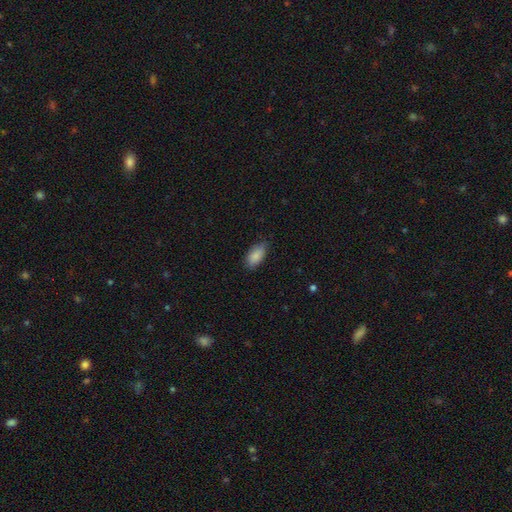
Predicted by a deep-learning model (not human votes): Overall: smooth (88%). How rounded: in between (92%). Merging: none (78%).